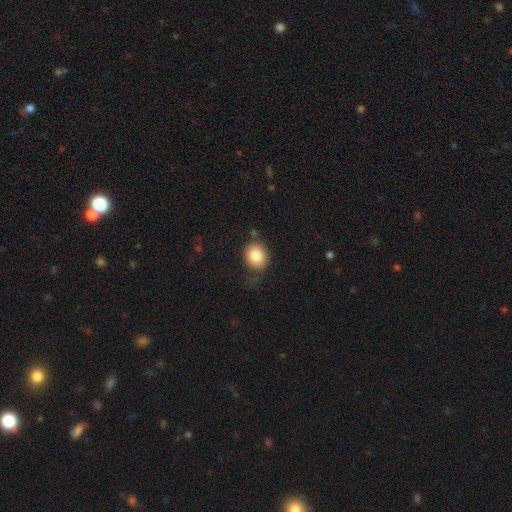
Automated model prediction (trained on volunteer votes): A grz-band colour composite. It shows a smooth galaxy with no disk features (83%) that is round (63%). Merging: none (70%).